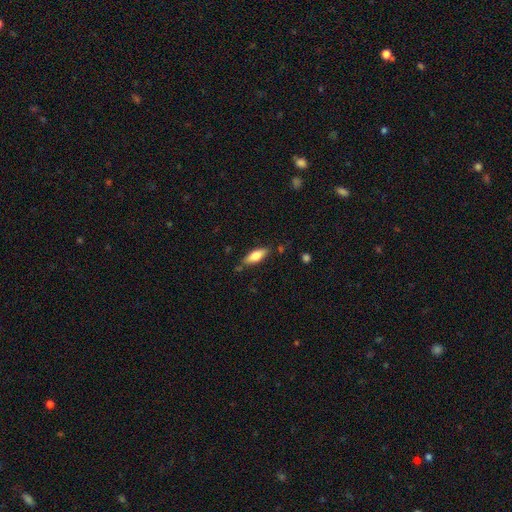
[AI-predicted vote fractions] This appears to be a smooth galaxy with no disk features (72%) that is in between round and cigar-shaped (67%). Merging: none (76%).